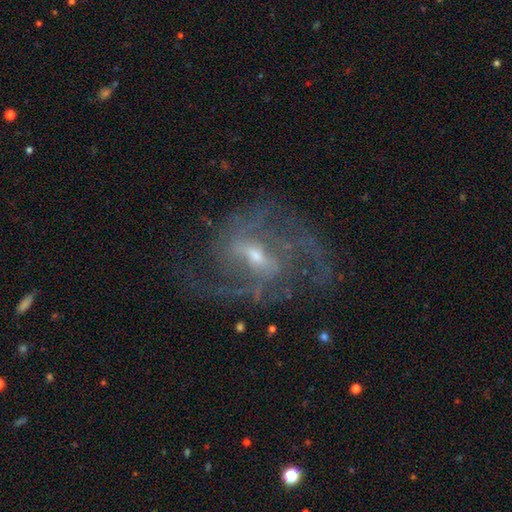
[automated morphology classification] smooth_or_featured: featured or disk (p=0.86) [alt: star or artifact p=0.07]
disk_edge_on: no (p=0.96) [alt: yes p=0.04]
bar: weak (p=0.47) [alt: strong p=0.34]
has_spiral_arms: yes (p=0.90) [alt: no p=0.10]
spiral_winding: medium (p=0.49) [alt: loose p=0.32]
spiral_arm_count: 2 (p=0.60) [alt: can't tell p=0.16]
bulge_size: small (p=0.63) [alt: moderate p=0.31]
merging: none (p=0.61) [alt: major disturbance p=0.20]